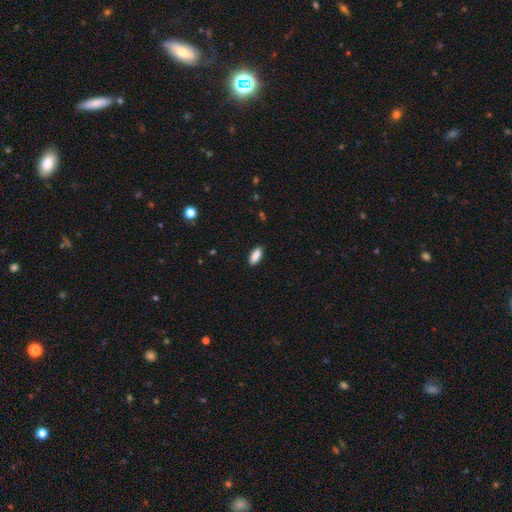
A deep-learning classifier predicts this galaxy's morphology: Smooth or featured: smooth — 89% (star or artifact — 6%)
How rounded: in between — 79% (cigar-shaped — 19%)
Merging: none — 89% (minor disturbance — 8%)